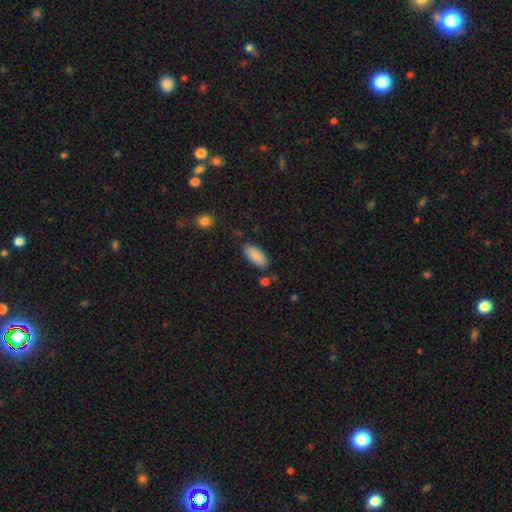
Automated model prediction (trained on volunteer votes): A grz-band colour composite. It shows a smooth galaxy with no disk features (88%) that is in between round and cigar-shaped (87%). Merging: none (81%).